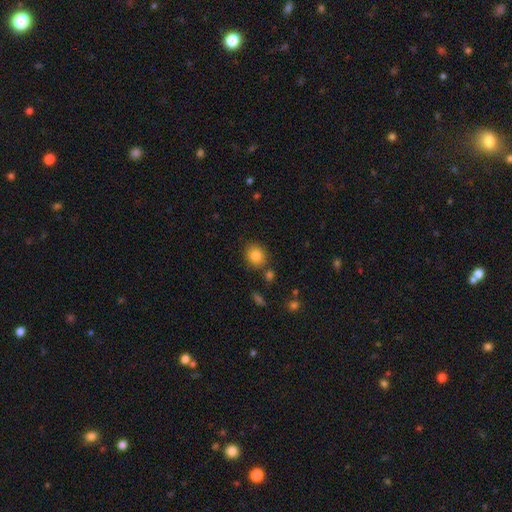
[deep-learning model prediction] Smooth or featured?
  - smooth: 84% *
  - star or artifact: 10%
  - featured or disk: 6%
How rounded?
  - round: 69% *
  - in between: 30%
  - cigar-shaped: 1%
Merging?
  - none: 79% *
  - minor disturbance: 11%
  - merger: 7%
  - major disturbance: 3%